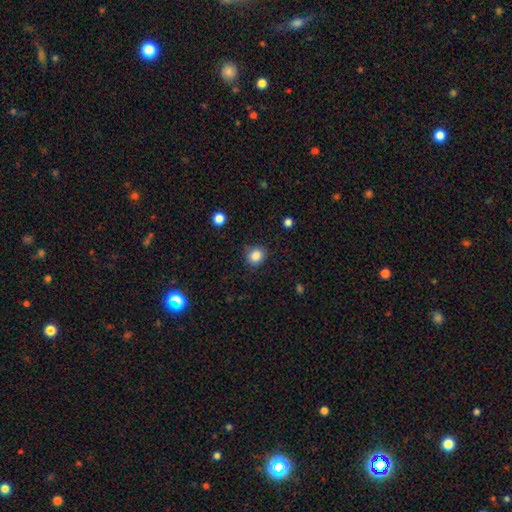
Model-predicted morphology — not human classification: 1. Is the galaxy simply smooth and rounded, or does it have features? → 86% smooth, 11% star or artifact, 4% featured or disk.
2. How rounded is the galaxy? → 81% round, 19% in between, 1% cigar-shaped.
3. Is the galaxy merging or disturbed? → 82% none, 13% minor disturbance, 3% major disturbance, 2% merger.